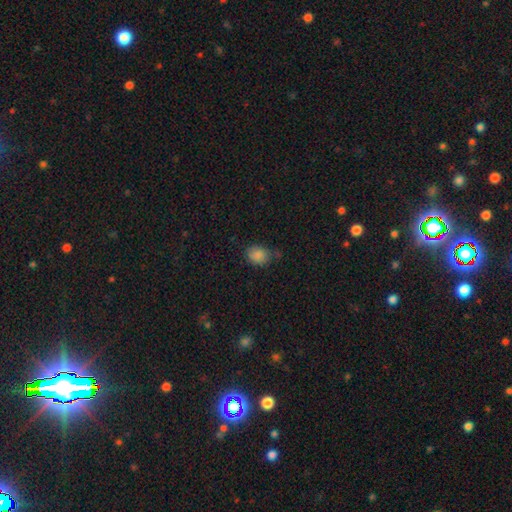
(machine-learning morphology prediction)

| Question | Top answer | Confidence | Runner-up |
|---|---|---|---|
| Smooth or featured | smooth | 82% | star or artifact (14%) |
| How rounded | round | 56% | in between (43%) |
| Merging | none | 73% | minor disturbance (19%) |